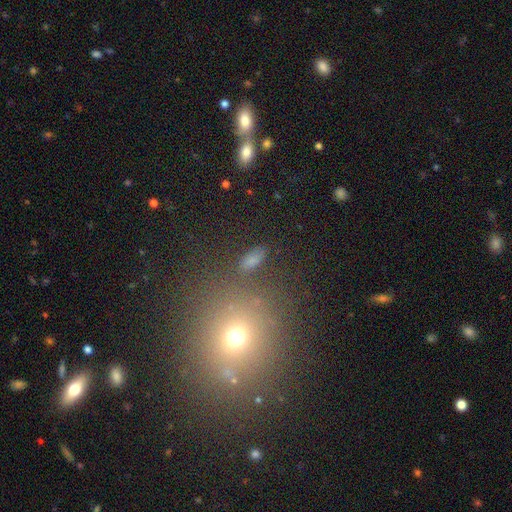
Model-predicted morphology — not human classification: The model was most divided on "smooth or featured": smooth: 65%, star or artifact: 23%, featured or disk: 12%. More confident: merging — none (77%); how rounded — in between (73%).